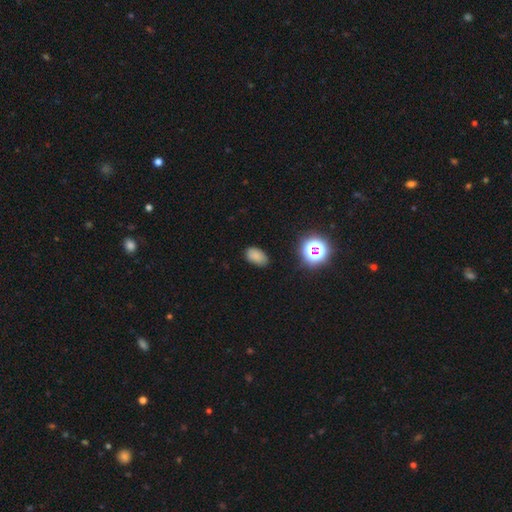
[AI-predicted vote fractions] Q: Smooth or featured?
A: smooth (78%); runner-up: star or artifact (17%)
Q: How rounded?
A: in between (90%); runner-up: round (9%)
Q: Merging?
A: none (79%); runner-up: minor disturbance (16%)